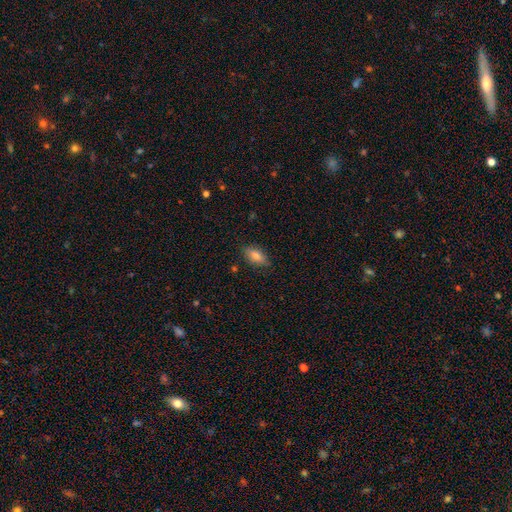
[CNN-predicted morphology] Smooth or featured: smooth — 78% (featured or disk — 13%)
How rounded: in between — 87% (cigar-shaped — 8%)
Merging: none — 81% (minor disturbance — 15%)